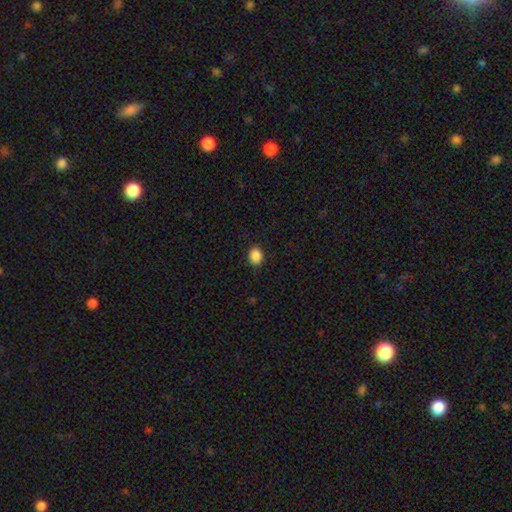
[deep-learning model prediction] smooth-or-featured: smooth: 88% | star or artifact: 9% | featured or disk: 3%
  how-rounded: in between: 53% | round: 46% | cigar-shaped: 1%
  merging: none: 90% | minor disturbance: 7% | major disturbance: 2% | merger: 1%